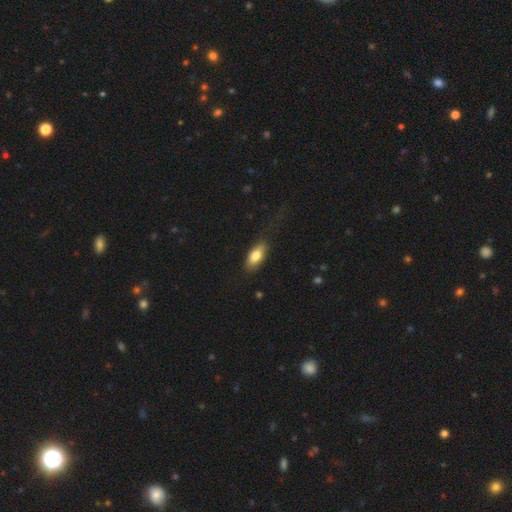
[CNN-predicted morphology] This appears to be a smooth galaxy with no disk features (78%) that is in between round and cigar-shaped (84%). Merging: none (75%).